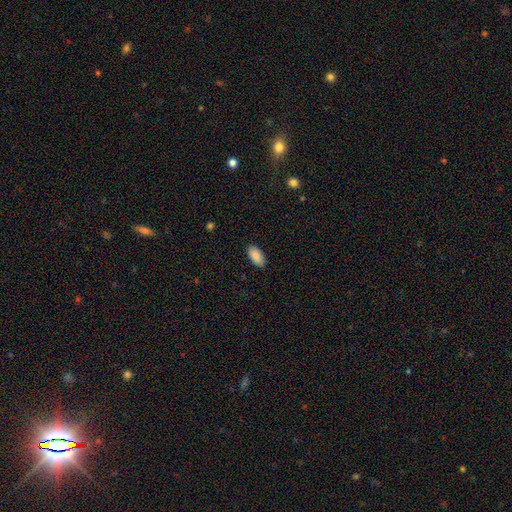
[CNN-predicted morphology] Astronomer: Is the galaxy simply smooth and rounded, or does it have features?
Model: smooth — 89%.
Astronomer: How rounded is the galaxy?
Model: in between — 94%.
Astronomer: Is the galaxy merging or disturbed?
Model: none — 87%.